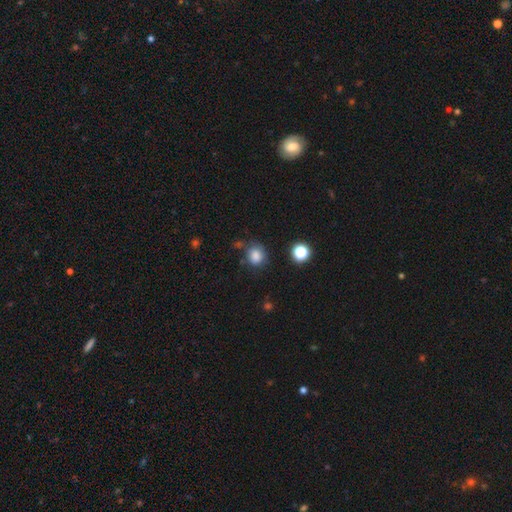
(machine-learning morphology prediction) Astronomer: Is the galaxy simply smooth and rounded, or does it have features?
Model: smooth — 82%.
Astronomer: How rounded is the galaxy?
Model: round — 72%.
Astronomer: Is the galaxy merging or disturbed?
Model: none — 67%.